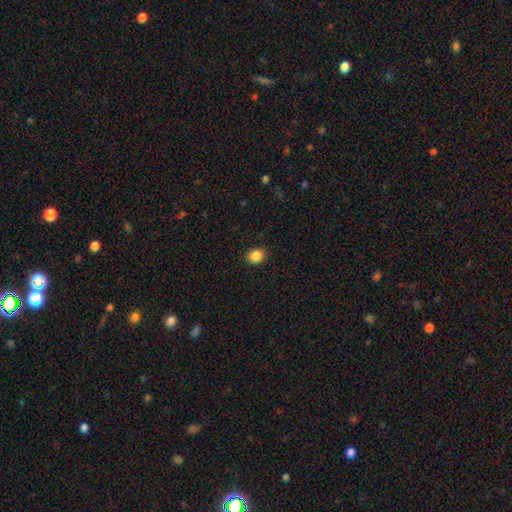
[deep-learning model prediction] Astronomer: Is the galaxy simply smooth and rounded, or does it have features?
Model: smooth — 87%.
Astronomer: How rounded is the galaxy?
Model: round — 59% (runner-up: in between, 40%).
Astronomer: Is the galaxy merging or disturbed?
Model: none — 90%.